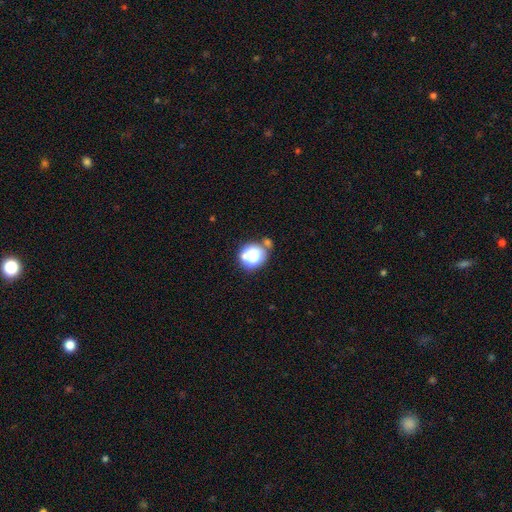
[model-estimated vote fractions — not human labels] Overall: star or artifact (48%; smooth 45%).